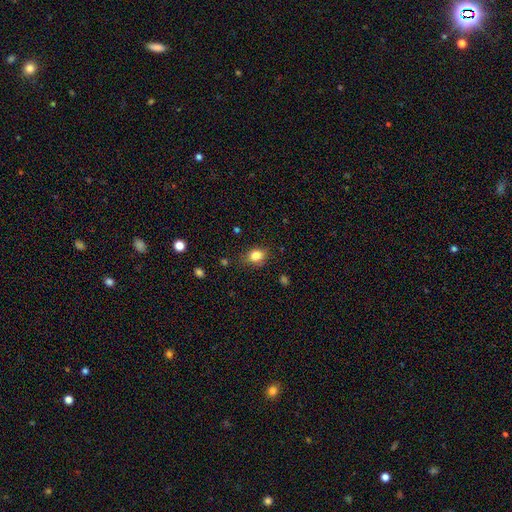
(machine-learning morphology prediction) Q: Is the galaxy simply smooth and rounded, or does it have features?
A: smooth — 83%.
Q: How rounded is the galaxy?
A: in between — 55%.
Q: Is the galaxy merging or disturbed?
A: none — 79%.